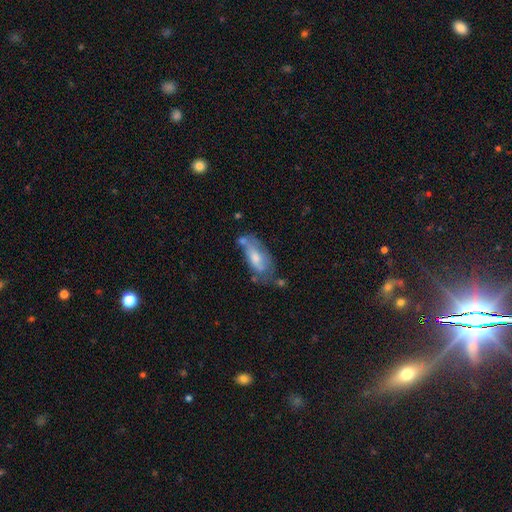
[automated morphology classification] Overall: smooth (50%; featured or disk 43%). Merging: none (39%; minor disturbance 29%).